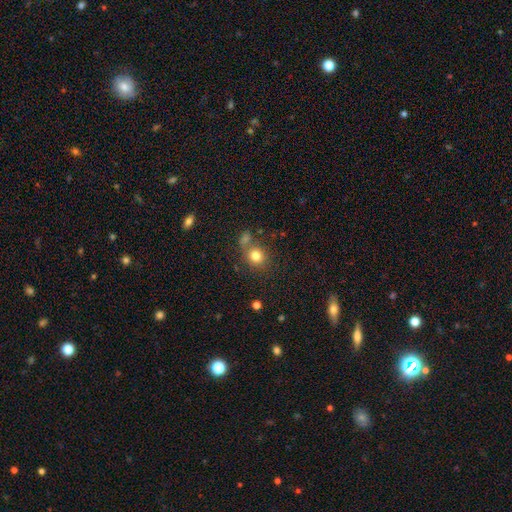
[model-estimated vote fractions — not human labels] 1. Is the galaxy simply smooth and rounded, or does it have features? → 79% smooth, 13% star or artifact, 8% featured or disk.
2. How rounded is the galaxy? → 82% round, 17% in between, 1% cigar-shaped.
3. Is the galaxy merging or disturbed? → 64% none, 20% merger, 11% minor disturbance, 5% major disturbance.